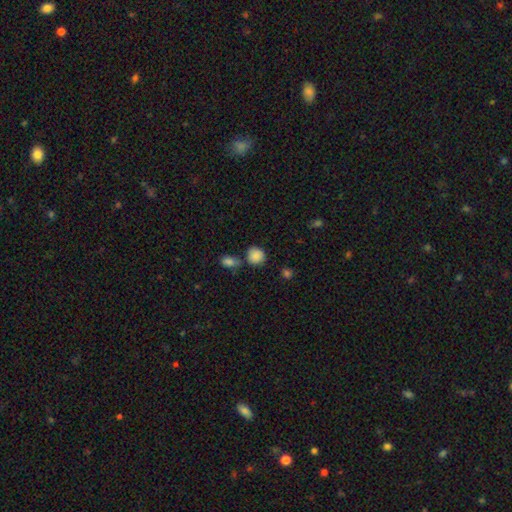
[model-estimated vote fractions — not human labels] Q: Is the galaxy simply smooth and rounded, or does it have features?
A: smooth — 87%.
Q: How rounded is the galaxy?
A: round — 82%.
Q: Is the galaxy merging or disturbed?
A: none — 66%.